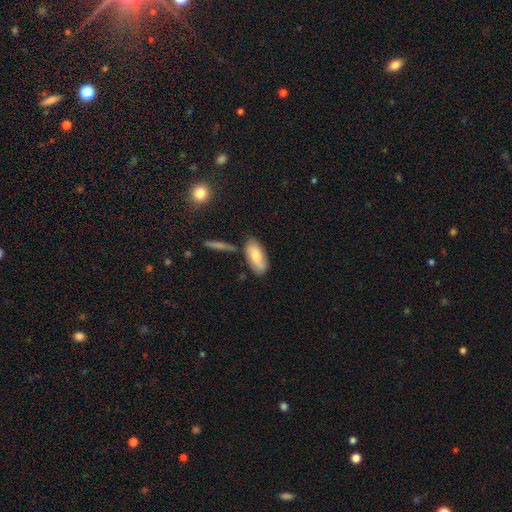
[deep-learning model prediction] This is likely a smooth galaxy (69%). How rounded: clearly in between (86%). Merging: likely none (67%).